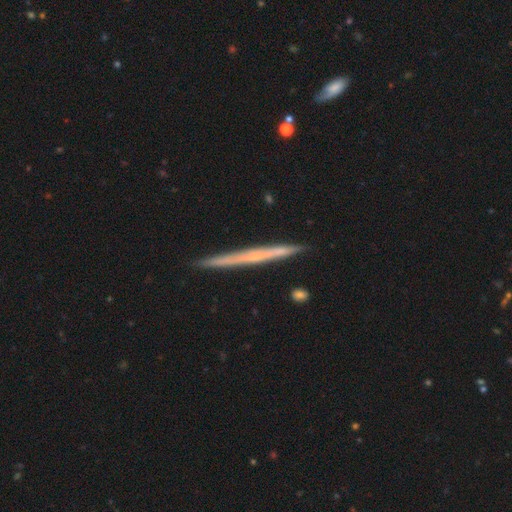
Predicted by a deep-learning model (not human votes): A featured or disk galaxy (60%) viewed edge-on (97%) with no central bulge (82%). Merging: none (90%).